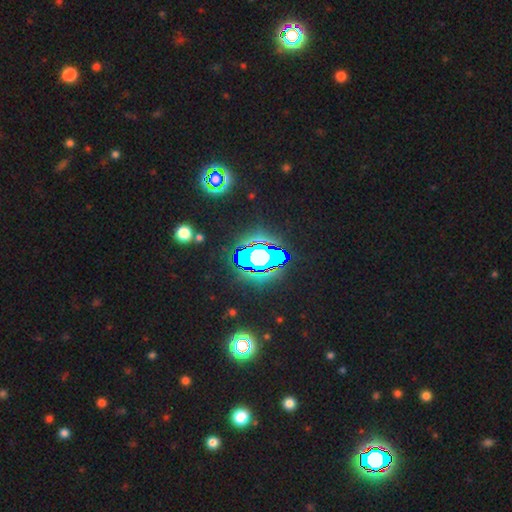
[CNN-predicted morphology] Smooth or featured: star or artifact — 78% (smooth — 12%)